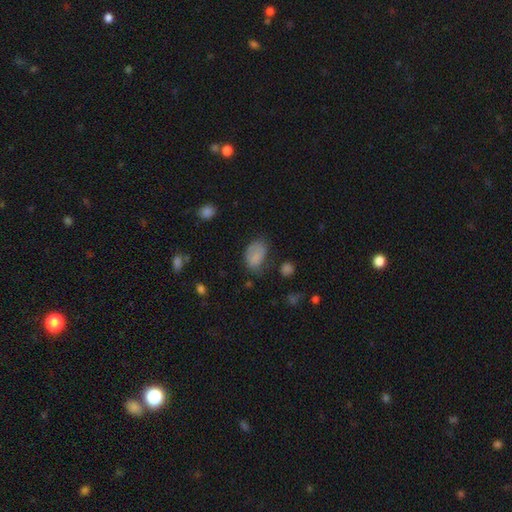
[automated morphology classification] This appears to be a smooth galaxy with no disk features (79%) that is in between round and cigar-shaped (86%). Merging: none (49%).